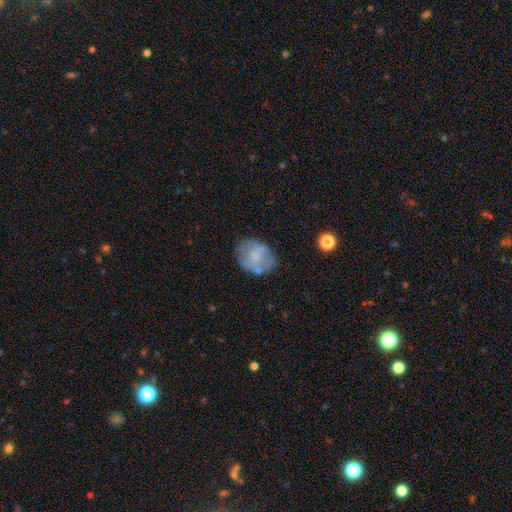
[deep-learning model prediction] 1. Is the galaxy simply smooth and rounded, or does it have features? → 57% smooth, 35% featured or disk, 8% star or artifact.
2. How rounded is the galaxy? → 63% in between, 36% round, 1% cigar-shaped.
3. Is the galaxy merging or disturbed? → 60% none, 23% minor disturbance, 10% major disturbance, 6% merger.